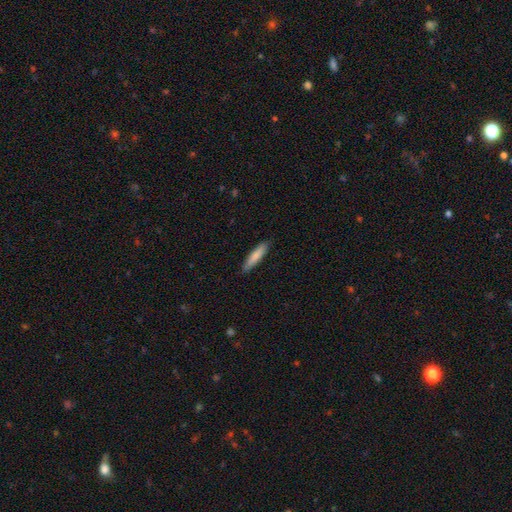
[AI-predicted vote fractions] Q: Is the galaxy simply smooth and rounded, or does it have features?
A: smooth — 82%.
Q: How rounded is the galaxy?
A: cigar-shaped — 82%.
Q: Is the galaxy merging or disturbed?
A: none — 87%.